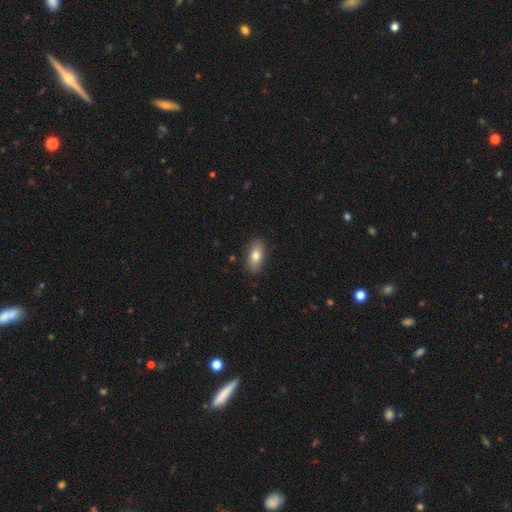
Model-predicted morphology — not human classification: smooth-or-featured: smooth: 79% | featured or disk: 14% | star or artifact: 7%
  how-rounded: in between: 88% | cigar-shaped: 8% | round: 4%
  merging: none: 87% | minor disturbance: 10% | major disturbance: 2% | merger: 1%